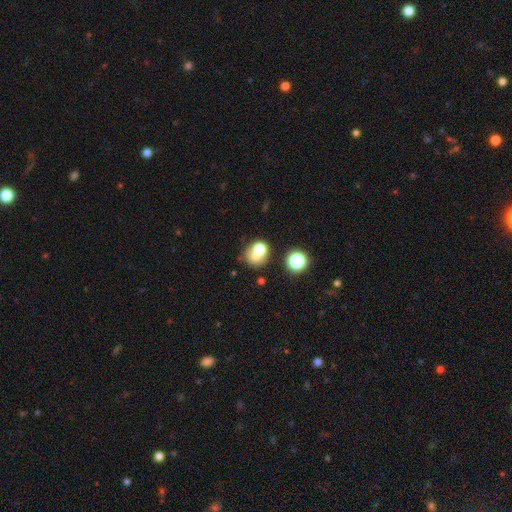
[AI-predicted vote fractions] smooth-or-featured: smooth: 66% | featured or disk: 18% | star or artifact: 16%
  how-rounded: round: 76% | in between: 23% | cigar-shaped: 1%
  merging: none: 44% | merger: 41% | minor disturbance: 10% | major disturbance: 6%